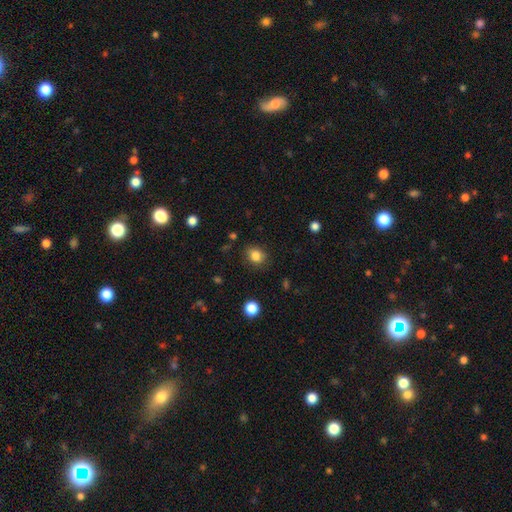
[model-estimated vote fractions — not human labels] Morphology: type=smooth (84%); roundness=round (53%); merging=none (82%).